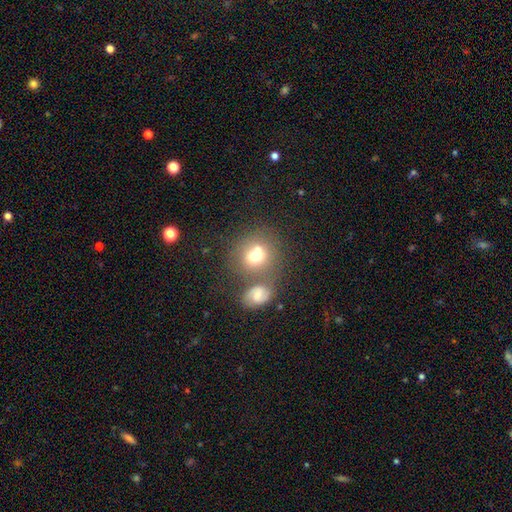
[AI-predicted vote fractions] smooth-or-featured: smooth: 68% | featured or disk: 21% | star or artifact: 11%
  how-rounded: round: 75% | in between: 24% | cigar-shaped: 1%
  merging: none: 45% | merger: 39% | minor disturbance: 11% | major disturbance: 5%